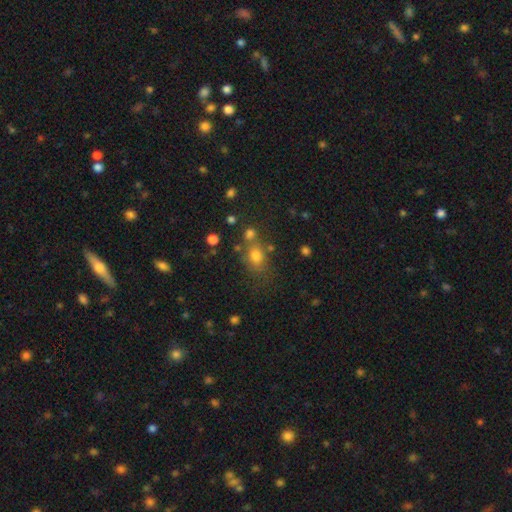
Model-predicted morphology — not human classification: smooth_or_featured: smooth (p=0.72) [alt: star or artifact p=0.17]
how_rounded: in between (p=0.56) [alt: round p=0.41]
merging: none (p=0.57) [alt: merger p=0.21]